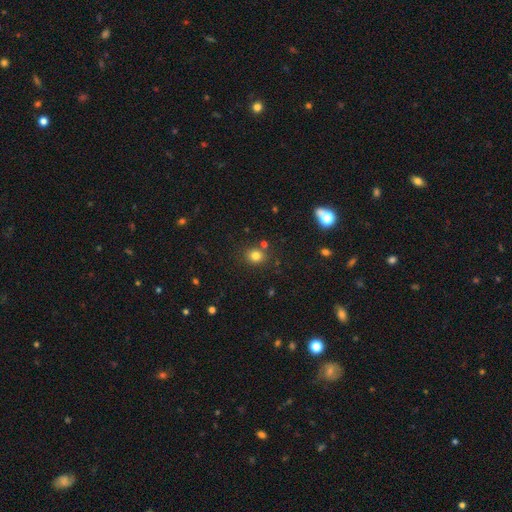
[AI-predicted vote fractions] Q: Smooth or featured?
A: smooth (79%); runner-up: star or artifact (15%)
Q: How rounded?
A: round (78%); runner-up: in between (21%)
Q: Merging?
A: none (80%); runner-up: minor disturbance (9%)